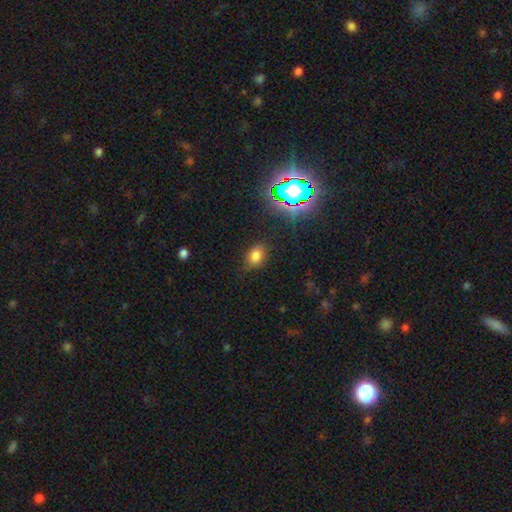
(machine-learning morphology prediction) This appears to be a smooth galaxy with no disk features (72%) that is in between round and cigar-shaped (71%). Merging: none (80%).